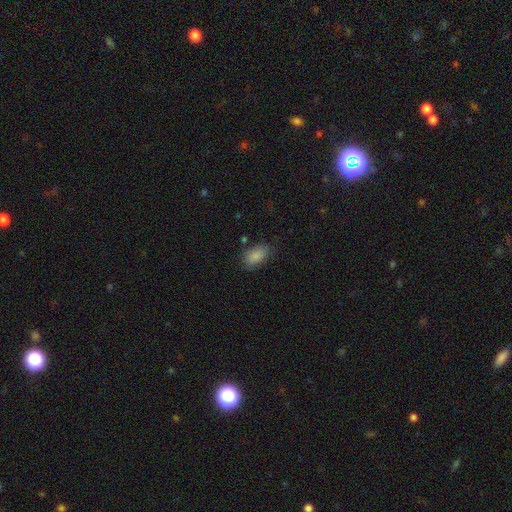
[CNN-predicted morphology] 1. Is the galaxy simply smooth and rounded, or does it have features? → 86% smooth, 8% star or artifact, 6% featured or disk.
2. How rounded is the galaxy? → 92% in between, 6% round, 2% cigar-shaped.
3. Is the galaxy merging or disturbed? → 76% none, 17% minor disturbance, 5% major disturbance, 2% merger.